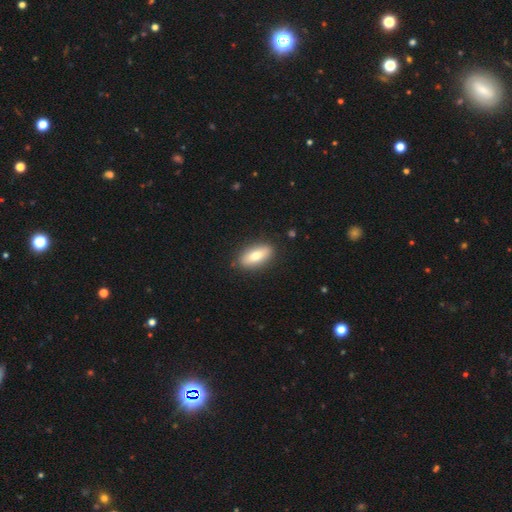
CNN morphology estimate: A smooth galaxy with no disk features (74%) that is in between round and cigar-shaped (80%).

Vote fractions:
- Smooth or featured? smooth: 74% / featured or disk: 20% / star or artifact: 6%
- How rounded? in between: 80% / cigar-shaped: 18% / round: 3%
- Merging? none: 87% / minor disturbance: 10% / major disturbance: 2% / merger: 1%